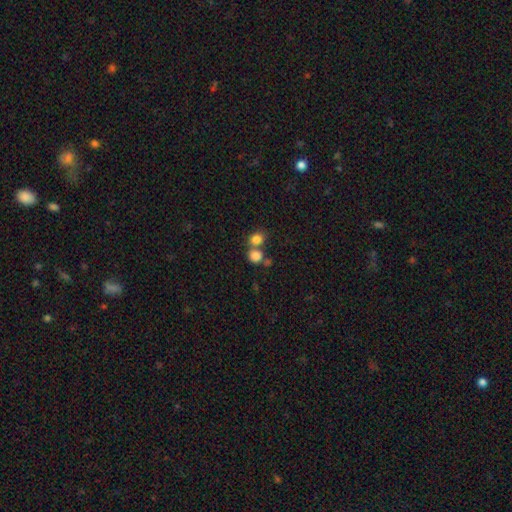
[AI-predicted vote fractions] Morphology: type=smooth (82%); roundness=round (76%); merging=none (47%).